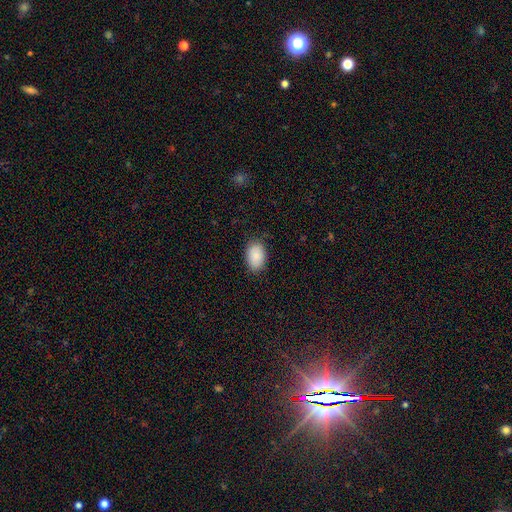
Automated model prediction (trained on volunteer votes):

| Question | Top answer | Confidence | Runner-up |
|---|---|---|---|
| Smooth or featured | smooth | 88% | star or artifact (7%) |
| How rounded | in between | 89% | round (10%) |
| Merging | none | 84% | minor disturbance (12%) |